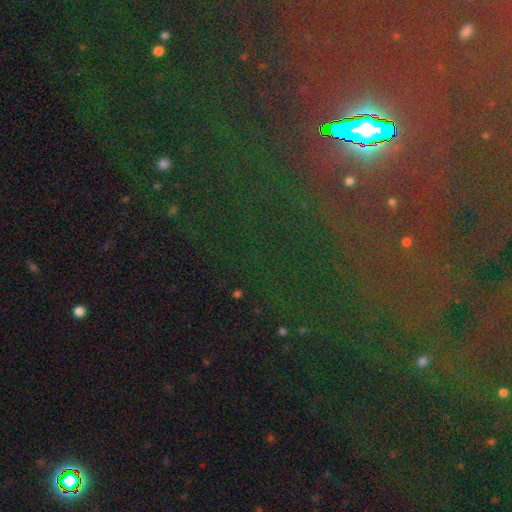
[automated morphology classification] Smooth or featured? Predicted: star or artifact (p=0.81).